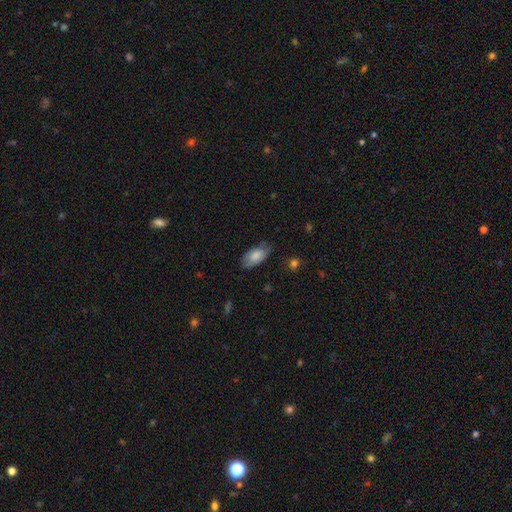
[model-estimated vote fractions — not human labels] The model was most divided on "merging": none: 69%, minor disturbance: 24%, major disturbance: 6%, merger: 1%. More confident: how rounded — in between (93%); smooth or featured — smooth (76%).